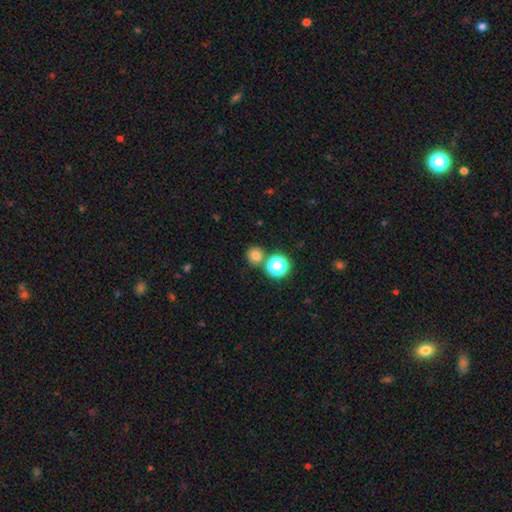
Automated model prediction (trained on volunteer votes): This is likely a smooth galaxy (75%). How rounded: clearly round (89%). Merging: likely none (77%).